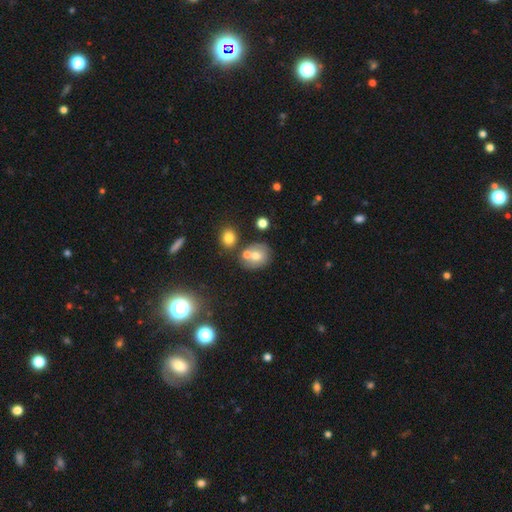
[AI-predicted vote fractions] A smooth galaxy with no disk features (64%) that is round (66%). Merging: none (50%).